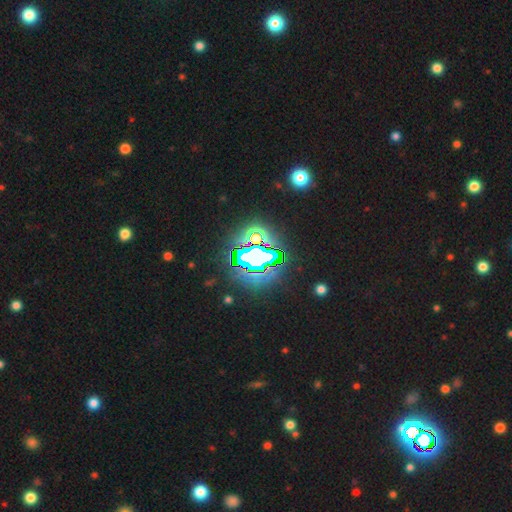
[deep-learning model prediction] Smooth or featured?
  - star or artifact: 74% *
  - smooth: 13%
  - featured or disk: 13%